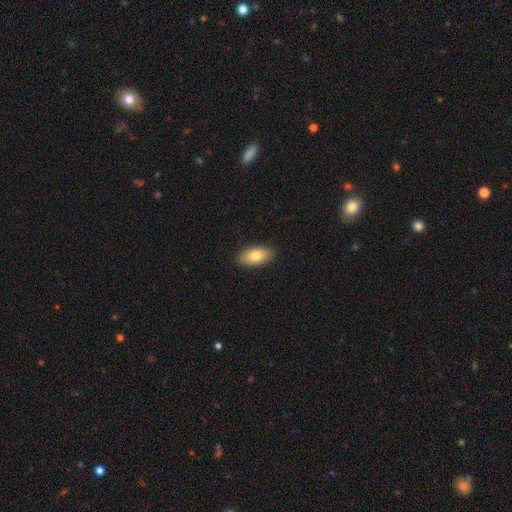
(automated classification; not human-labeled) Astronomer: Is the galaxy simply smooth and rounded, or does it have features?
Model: smooth — 81%.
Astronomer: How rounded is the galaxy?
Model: in between — 92%.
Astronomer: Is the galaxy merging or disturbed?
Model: none — 89%.